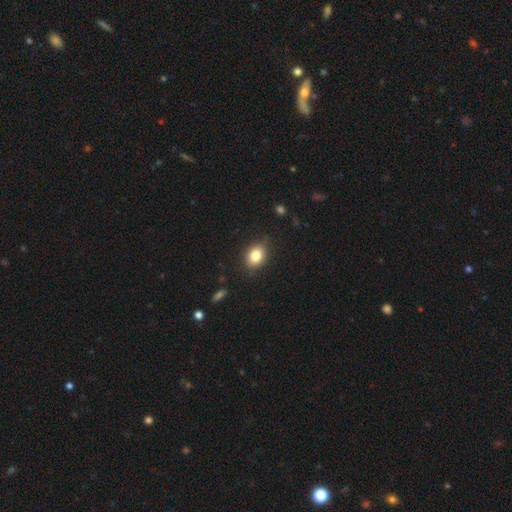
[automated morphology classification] Q: Smooth or featured?
A: smooth (82%); runner-up: star or artifact (10%)
Q: How rounded?
A: in between (56%); runner-up: round (43%)
Q: Merging?
A: none (83%); runner-up: minor disturbance (13%)